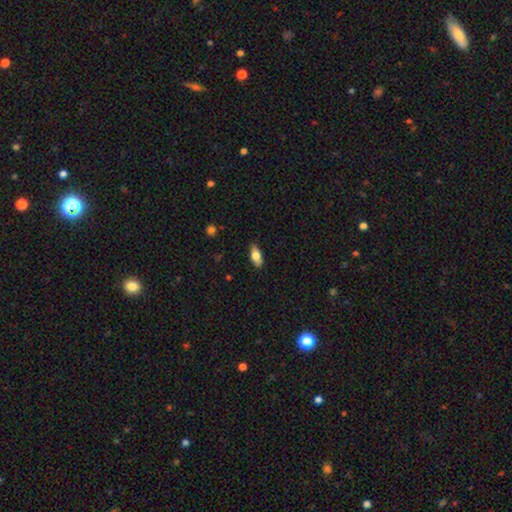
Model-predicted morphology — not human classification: Smooth or featured? smooth (66%)
How rounded? in between (83%)
Merging? none (83%)